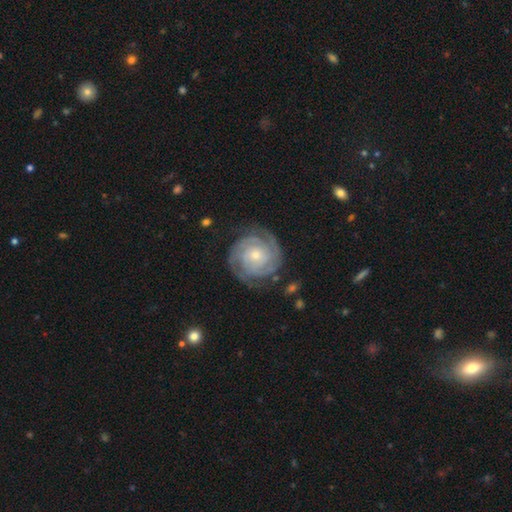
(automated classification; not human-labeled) Smooth or featured? Predicted: featured or disk (p=0.88). Edge-on disk? Predicted: no (p=0.98). Bar? Predicted: no (p=0.75). Spiral arms? Predicted: yes (p=0.98). Spiral winding? Predicted: tight (p=0.79). Spiral arm count? Predicted: 2 (p=0.32). Bulge size? Predicted: small (p=0.71). Merging? Predicted: none (p=0.80).